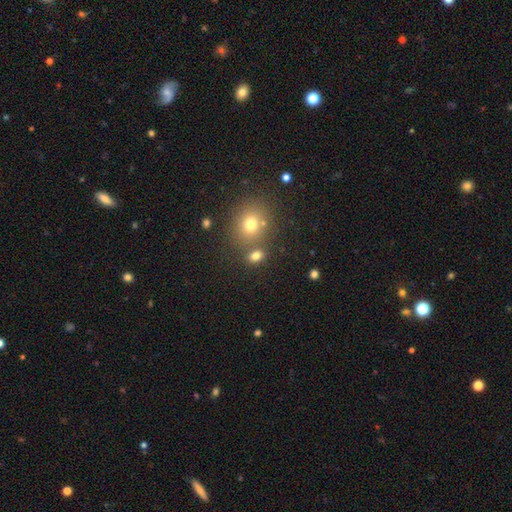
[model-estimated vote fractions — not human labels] Smooth or featured? Predicted: smooth (p=0.76). How rounded? Predicted: in between (p=0.60). Merging? Predicted: none (p=0.67).